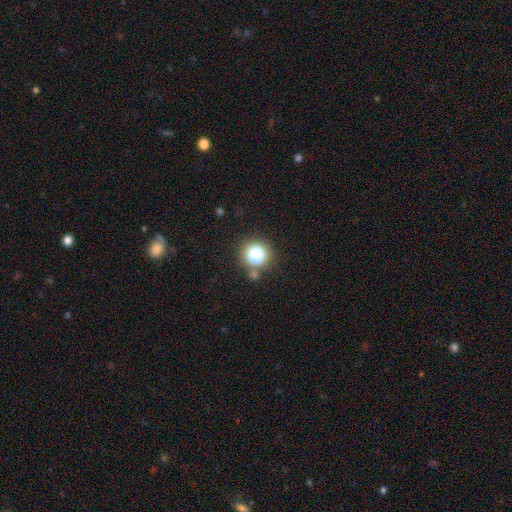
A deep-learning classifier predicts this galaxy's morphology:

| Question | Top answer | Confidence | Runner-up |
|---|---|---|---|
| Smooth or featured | smooth | 63% | star or artifact (28%) |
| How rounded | round | 90% | in between (9%) |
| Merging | none | 73% | merger (13%) |